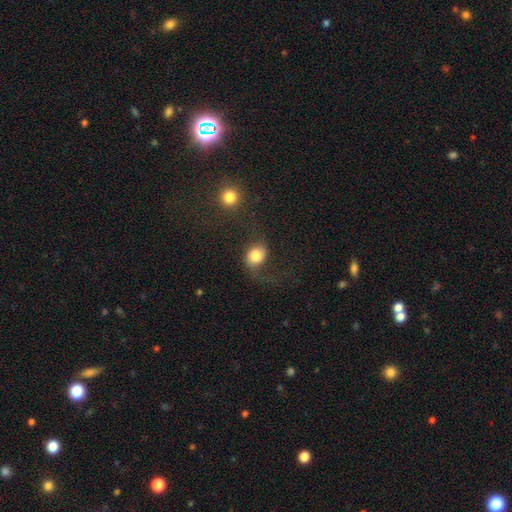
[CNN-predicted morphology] smooth_or_featured: smooth (p=0.68) [alt: featured or disk p=0.23]
how_rounded: round (p=0.55) [alt: in between p=0.44]
merging: none (p=0.41) [alt: major disturbance p=0.31]